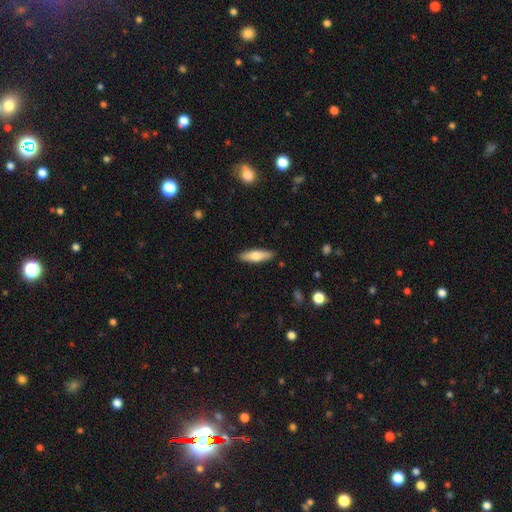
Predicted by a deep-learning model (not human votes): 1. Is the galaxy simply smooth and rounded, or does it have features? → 62% smooth, 33% featured or disk, 6% star or artifact.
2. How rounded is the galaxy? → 57% cigar-shaped, 41% in between, 2% round.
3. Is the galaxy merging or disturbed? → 89% none, 8% minor disturbance, 2% major disturbance, 1% merger.